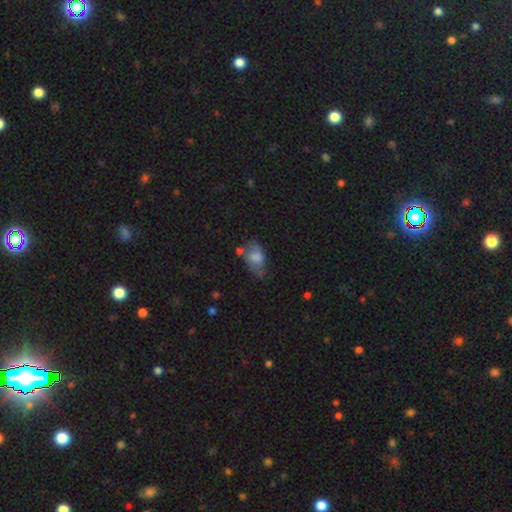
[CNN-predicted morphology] A smooth galaxy with no disk features (50%).

Vote fractions:
- Smooth or featured? smooth: 50% / featured or disk: 37% / star or artifact: 13%
- Merging? none: 49% / minor disturbance: 28% / major disturbance: 15% / merger: 8%